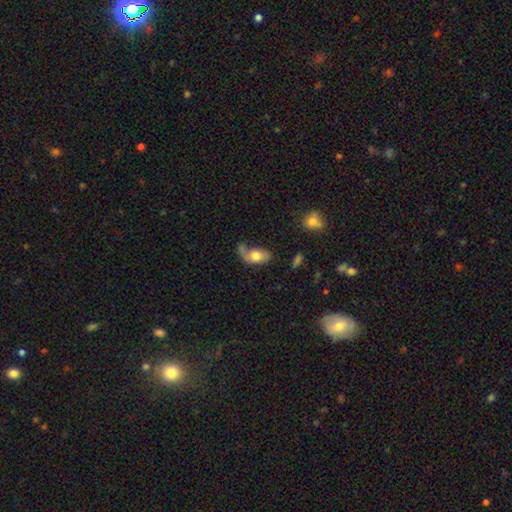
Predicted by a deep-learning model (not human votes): smooth-or-featured: smooth: 63% | featured or disk: 29% | star or artifact: 7%
  how-rounded: in between: 86% | round: 11% | cigar-shaped: 3%
  merging: none: 33% | major disturbance: 28% | minor disturbance: 24% | merger: 15%